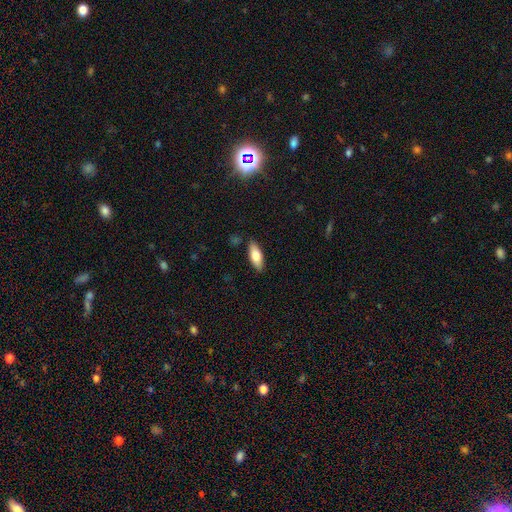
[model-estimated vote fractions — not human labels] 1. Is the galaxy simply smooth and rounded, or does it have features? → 73% smooth, 20% featured or disk, 6% star or artifact.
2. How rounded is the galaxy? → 72% in between, 26% cigar-shaped, 2% round.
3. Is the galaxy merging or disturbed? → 86% none, 10% minor disturbance, 2% major disturbance, 2% merger.